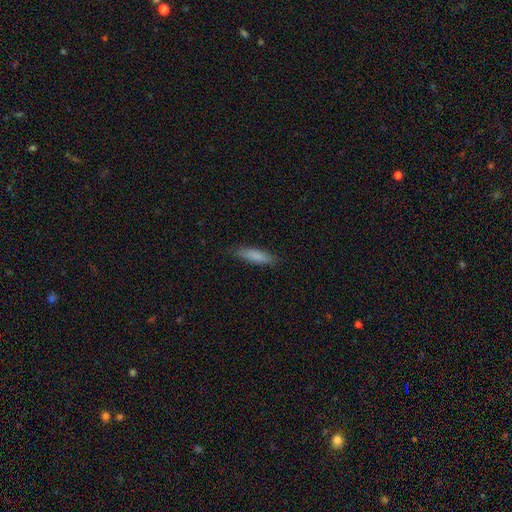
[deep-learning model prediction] This is clearly a smooth galaxy (84%). How rounded: likely cigar-shaped (69%). Merging: clearly none (84%).